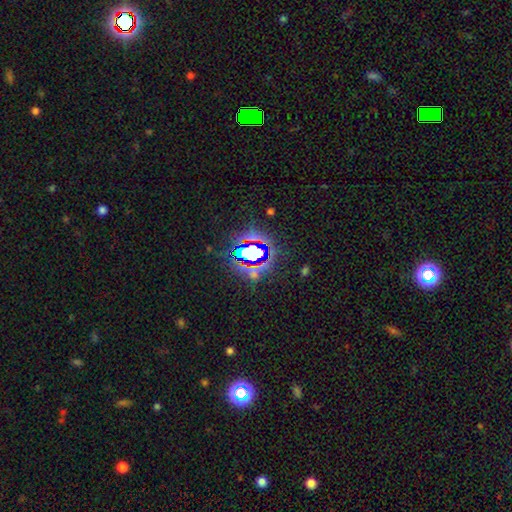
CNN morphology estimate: This is likely a star or artifact rather than a galaxy (73%).